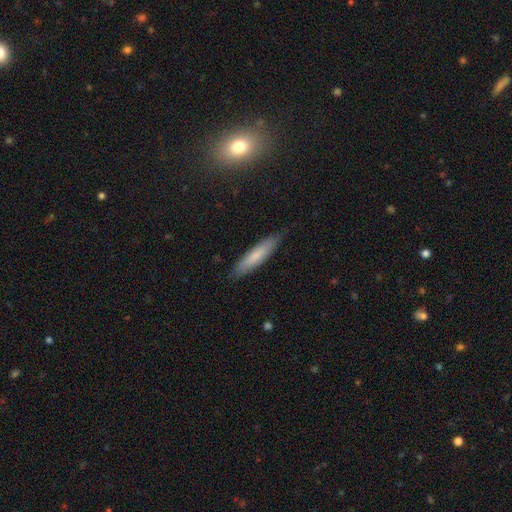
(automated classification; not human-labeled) Smooth or featured?
  - smooth: 72% *
  - featured or disk: 22%
  - star or artifact: 6%
How rounded?
  - cigar-shaped: 82% *
  - in between: 17%
  - round: 1%
Merging?
  - none: 81% *
  - minor disturbance: 15%
  - major disturbance: 2%
  - merger: 1%